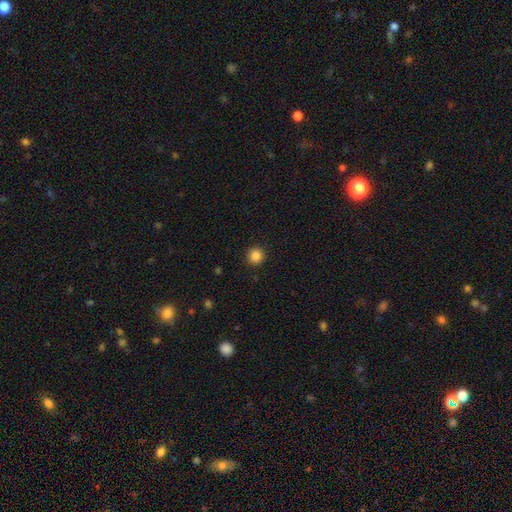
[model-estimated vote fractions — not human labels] Smooth or featured? Predicted: smooth (p=0.86). How rounded? Predicted: round (p=0.95). Merging? Predicted: none (p=0.92).